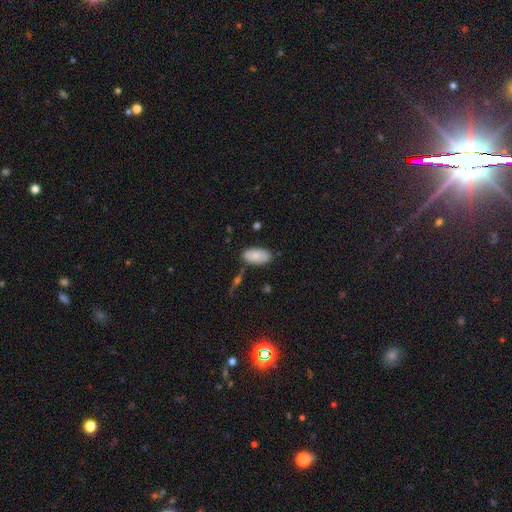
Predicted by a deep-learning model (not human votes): This appears to be a smooth galaxy with no disk features (79%) that is in between round and cigar-shaped (94%). Merging: none (77%).